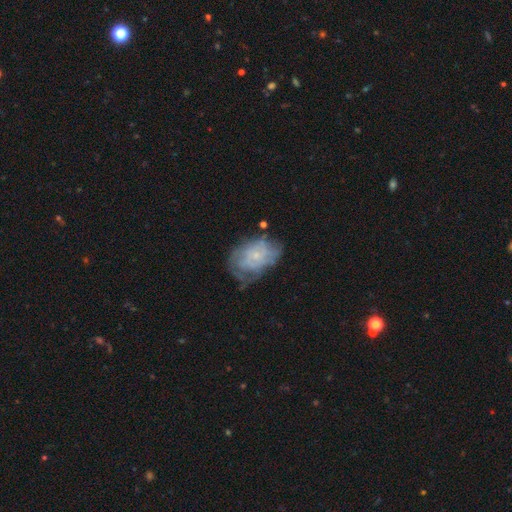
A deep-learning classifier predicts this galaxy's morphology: Overall: featured or disk (54%; smooth 37%). Edge-on disk: no (97%). Bar: no (82%). Spiral arms: yes (56%; no 44%). Bulge size: small (73%). Merging: none (44%; minor disturbance 31%).